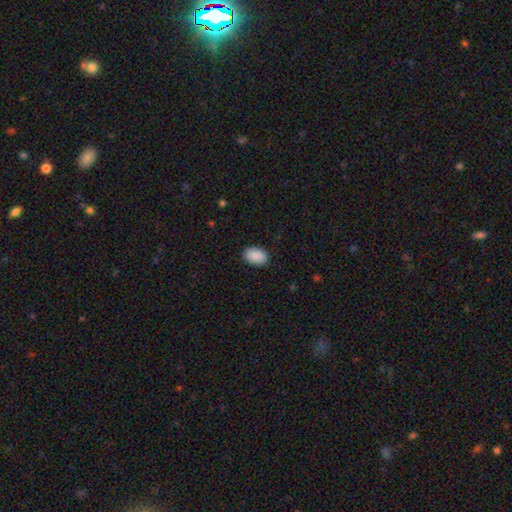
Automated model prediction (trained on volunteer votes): This appears to be a smooth galaxy with no disk features (91%) that is in between round and cigar-shaped (90%). Merging: none (88%).